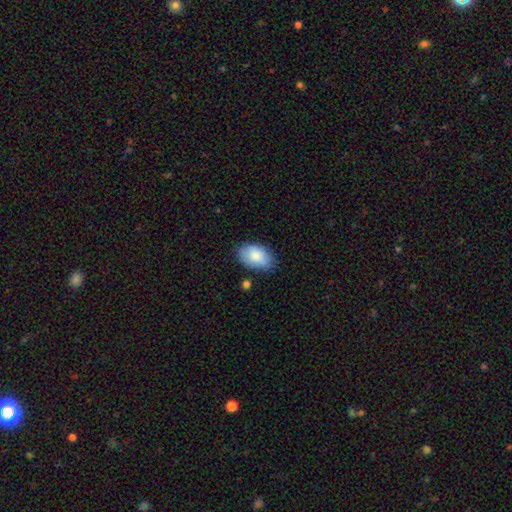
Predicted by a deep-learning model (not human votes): This appears to be a smooth galaxy with no disk features (84%) that is in between round and cigar-shaped (91%). Merging: none (75%).